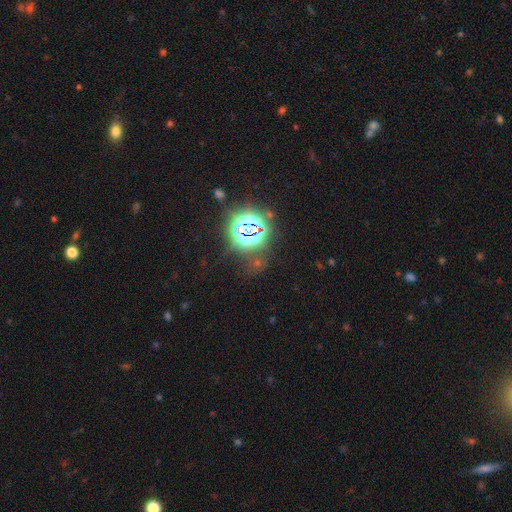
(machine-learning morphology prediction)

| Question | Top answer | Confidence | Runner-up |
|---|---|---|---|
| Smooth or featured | star or artifact | 80% | smooth (12%) |